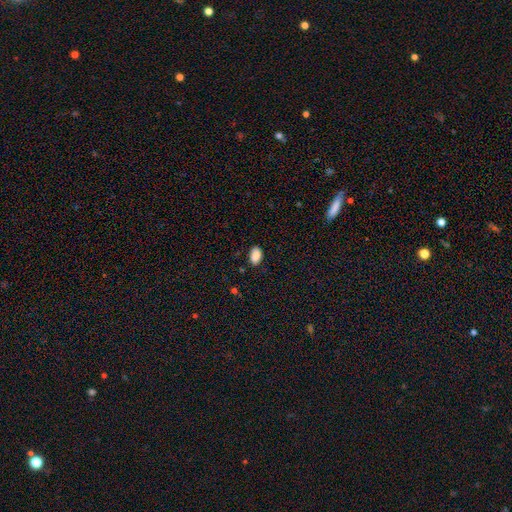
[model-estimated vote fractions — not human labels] Smooth or featured: smooth — 87% (star or artifact — 8%)
How rounded: in between — 90% (round — 9%)
Merging: none — 84% (minor disturbance — 13%)